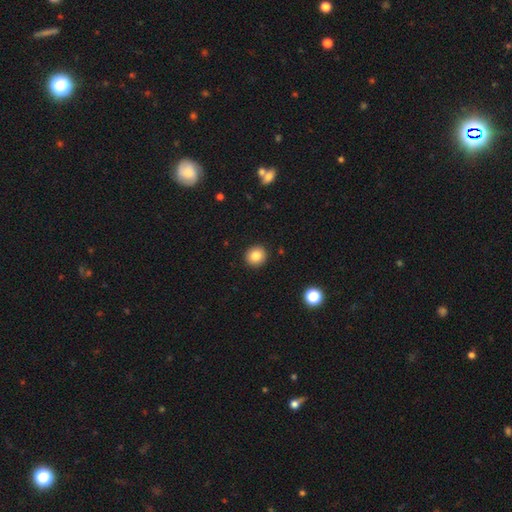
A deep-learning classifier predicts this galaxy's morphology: type=smooth (85%); roundness=round (86%); merging=none (92%).